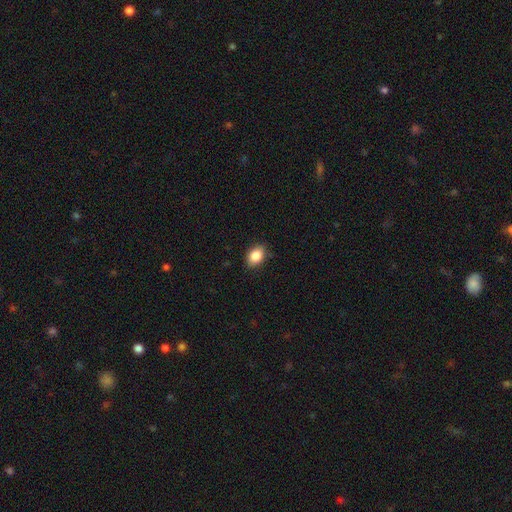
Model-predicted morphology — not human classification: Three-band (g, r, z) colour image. It shows a smooth galaxy with no disk features (87%) that is in between round and cigar-shaped (78%). Merging: none (85%).